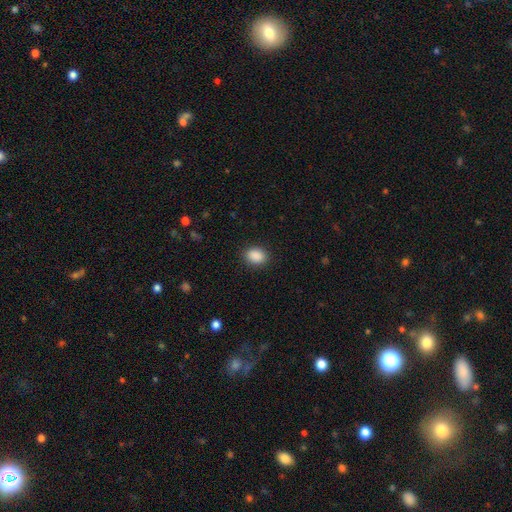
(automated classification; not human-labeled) Smooth or featured? Predicted: smooth (p=0.89). How rounded? Predicted: in between (p=0.67). Merging? Predicted: none (p=0.89).